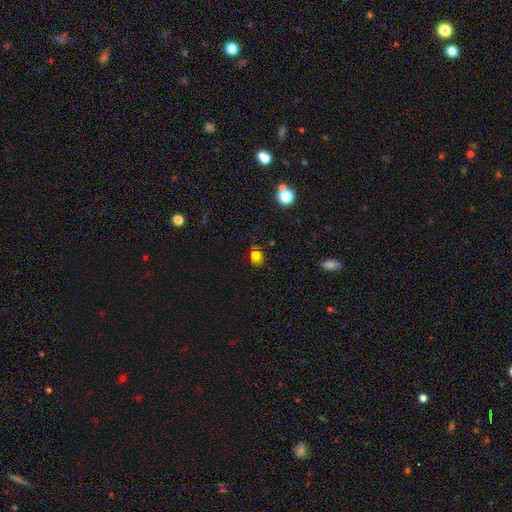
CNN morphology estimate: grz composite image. It shows a smooth galaxy with no disk features (75%) that is round (58%). Merging: none (80%).